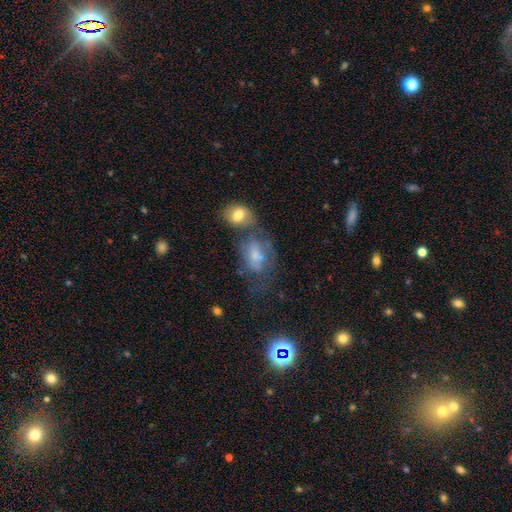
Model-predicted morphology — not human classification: A smooth galaxy with no disk features (61%) that is in between round and cigar-shaped (77%). Merging: merger (38%).